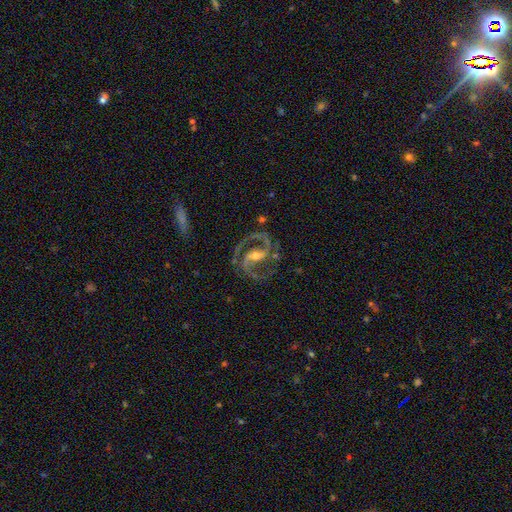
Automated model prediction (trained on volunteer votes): Overall: featured or disk (93%). Edge-on disk: no (98%). Bar: strong (43%; weak 41%). Spiral arms: yes (98%). Spiral arm count: 2 (93%). Spiral winding: medium (68%). Bulge size: moderate (52%; small 41%). Merging: none (77%).